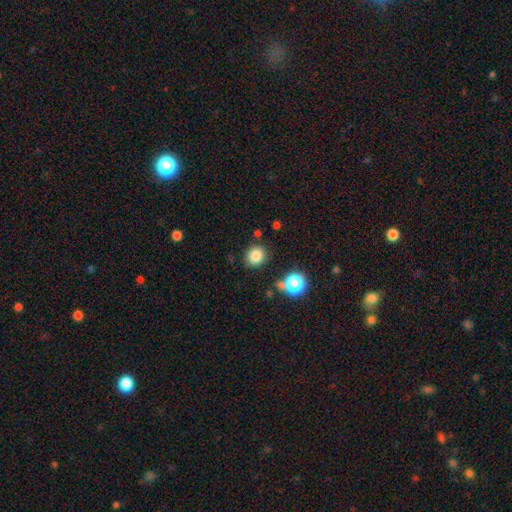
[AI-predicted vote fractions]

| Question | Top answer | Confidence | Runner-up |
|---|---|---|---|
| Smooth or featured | smooth | 82% | star or artifact (13%) |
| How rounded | round | 83% | in between (16%) |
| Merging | none | 83% | minor disturbance (10%) |